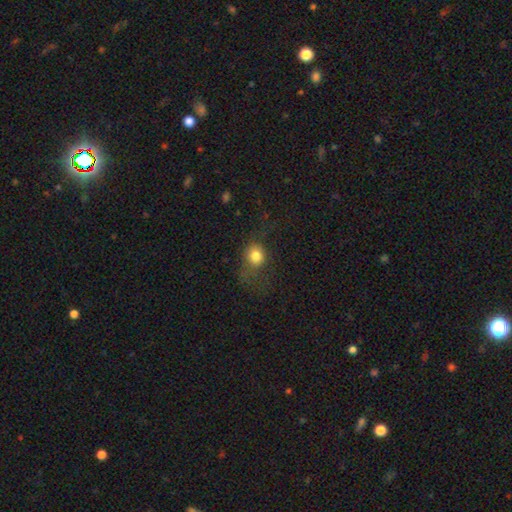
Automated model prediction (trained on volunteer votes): Smooth or featured: smooth — 78% (star or artifact — 12%)
How rounded: round — 69% (in between — 30%)
Merging: none — 52% (major disturbance — 25%)